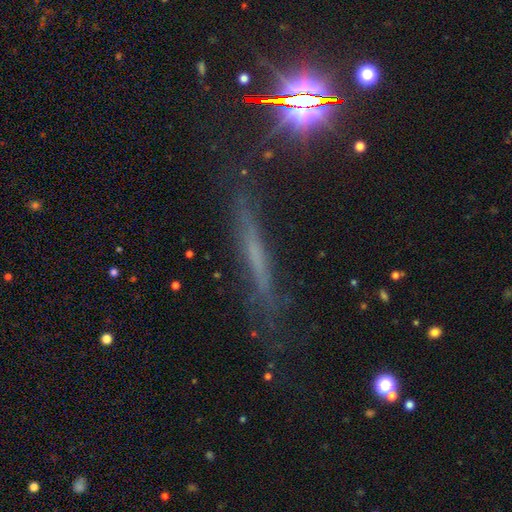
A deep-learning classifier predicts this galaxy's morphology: Smooth or featured? featured or disk (44%)
Merging? none (73%)